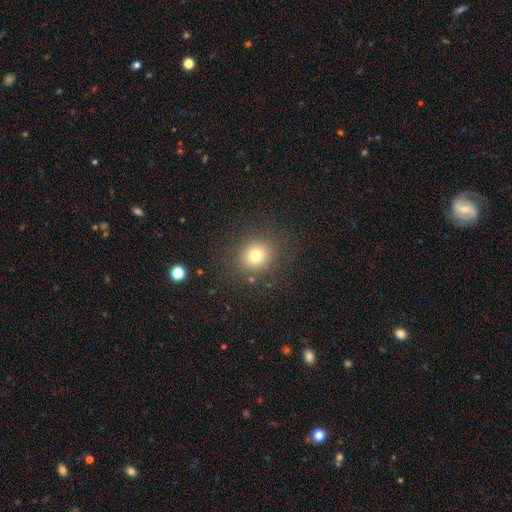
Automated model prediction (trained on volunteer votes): The model was most divided on "smooth or featured": smooth: 75%, star or artifact: 16%, featured or disk: 9%. More confident: merging — none (86%); how rounded — round (83%).